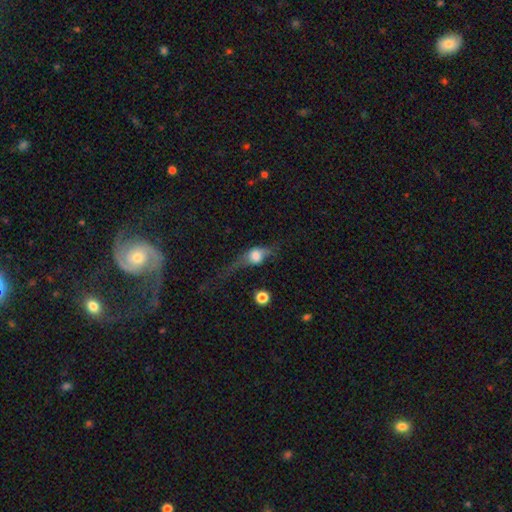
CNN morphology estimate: Q: Smooth or featured?
A: smooth (51%); runner-up: featured or disk (39%)
Q: How rounded?
A: in between (54%); runner-up: round (34%)
Q: Merging?
A: major disturbance (43%); runner-up: none (28%)